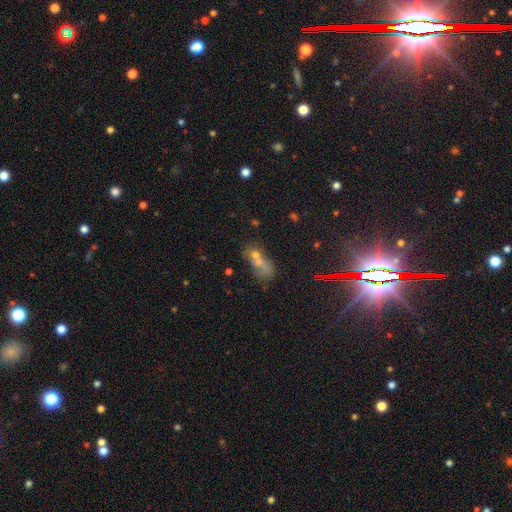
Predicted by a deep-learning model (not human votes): Smooth or featured? Predicted: smooth (p=0.48). Merging? Predicted: merger (p=0.53).